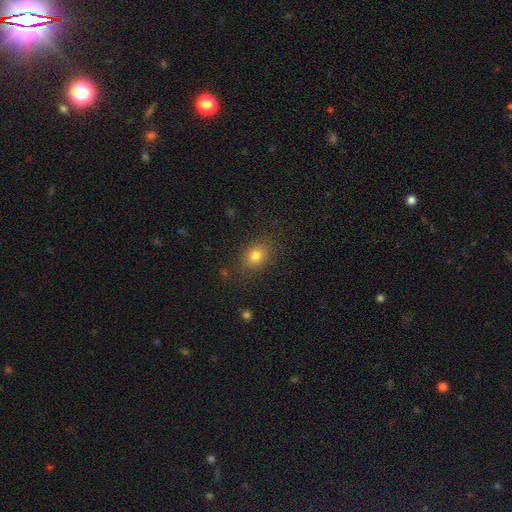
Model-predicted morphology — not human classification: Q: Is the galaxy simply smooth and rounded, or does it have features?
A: smooth — 79%.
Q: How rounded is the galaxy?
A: in between — 60%.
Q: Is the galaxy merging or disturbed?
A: none — 82%.